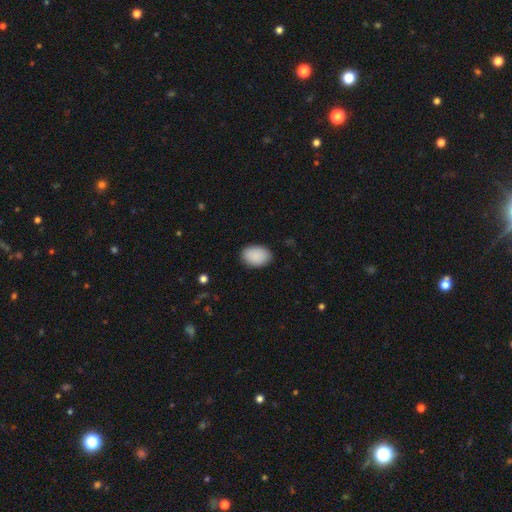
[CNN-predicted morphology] Smooth or featured? Predicted: smooth (p=0.91). How rounded? Predicted: in between (p=0.83). Merging? Predicted: none (p=0.87).